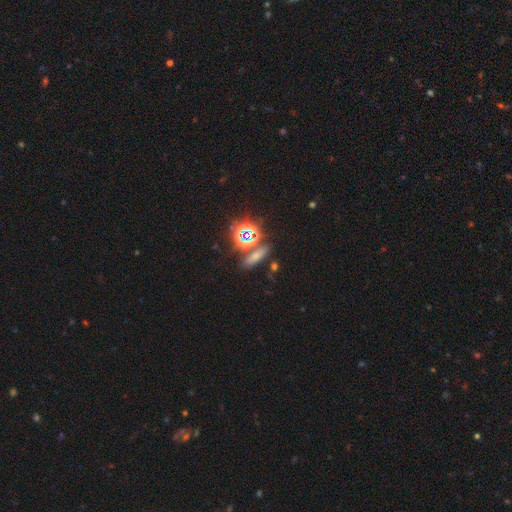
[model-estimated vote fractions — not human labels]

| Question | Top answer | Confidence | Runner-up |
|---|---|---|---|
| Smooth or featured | smooth | 50% | star or artifact (36%) |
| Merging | none | 75% | merger (11%) |